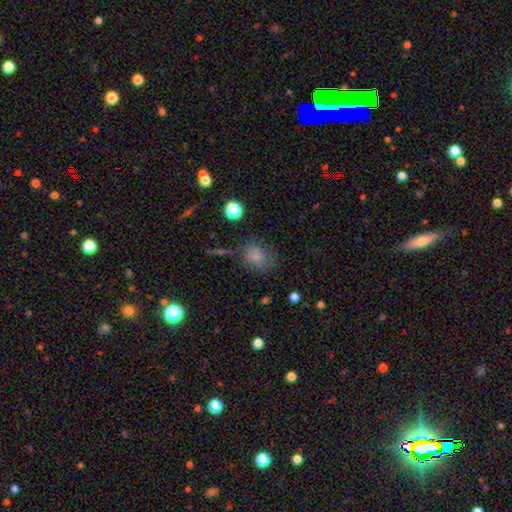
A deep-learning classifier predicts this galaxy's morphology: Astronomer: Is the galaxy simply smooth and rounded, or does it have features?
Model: smooth — 69%.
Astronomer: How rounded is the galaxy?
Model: round — 52% (runner-up: in between, 47%).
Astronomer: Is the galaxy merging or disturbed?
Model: none — 57%.